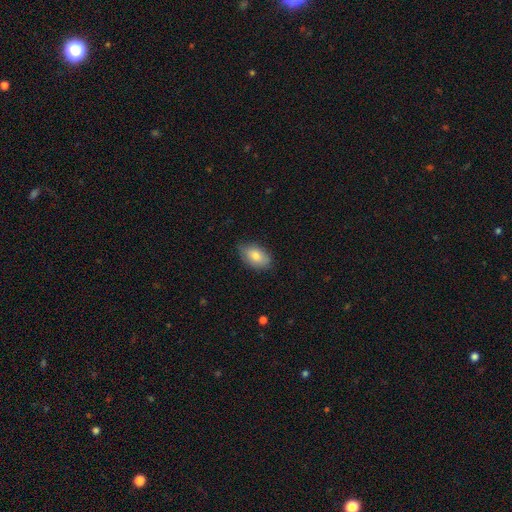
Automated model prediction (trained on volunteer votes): This appears to be a smooth galaxy with no disk features (80%) that is in between round and cigar-shaped (91%). Merging: none (78%).